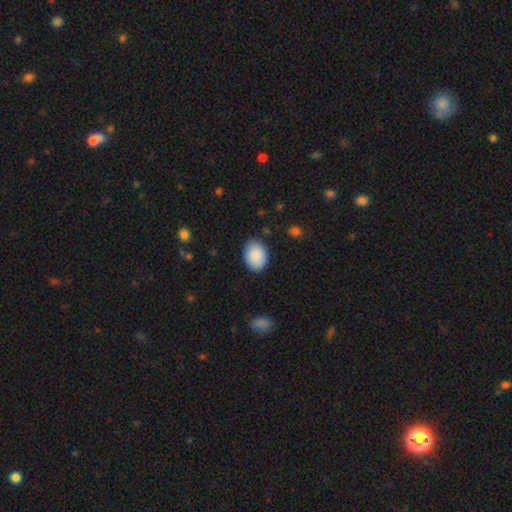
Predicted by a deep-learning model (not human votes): Q: Smooth or featured?
A: smooth (89%); runner-up: star or artifact (6%)
Q: How rounded?
A: in between (80%); runner-up: round (19%)
Q: Merging?
A: none (85%); runner-up: minor disturbance (12%)